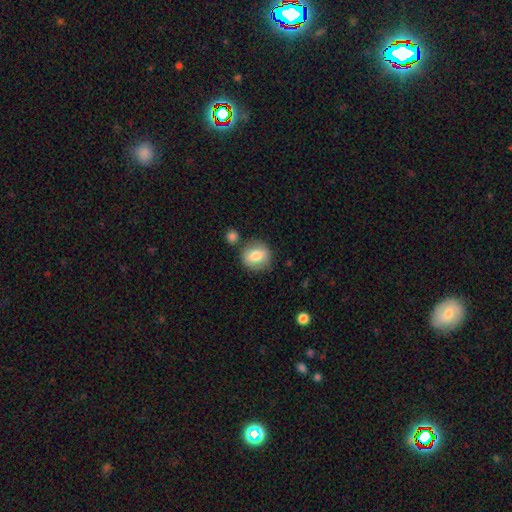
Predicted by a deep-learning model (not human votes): smooth 76%, featured or disk 17%, star or artifact 7%. Down the decision tree: how rounded — round (83%); merging — none (76%).